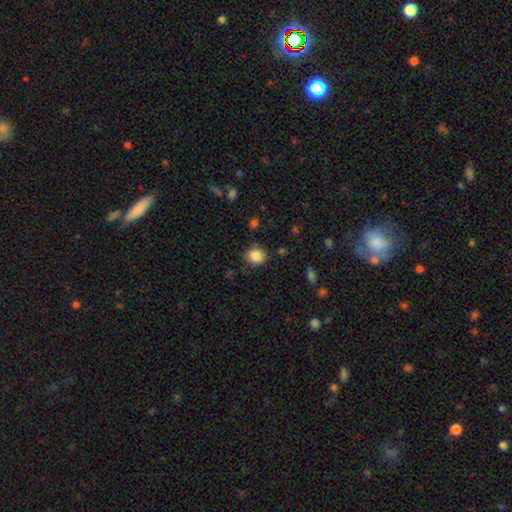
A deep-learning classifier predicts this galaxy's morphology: smooth 85%, star or artifact 9%, featured or disk 5%. Down the decision tree: how rounded — round (71%); merging — none (83%).